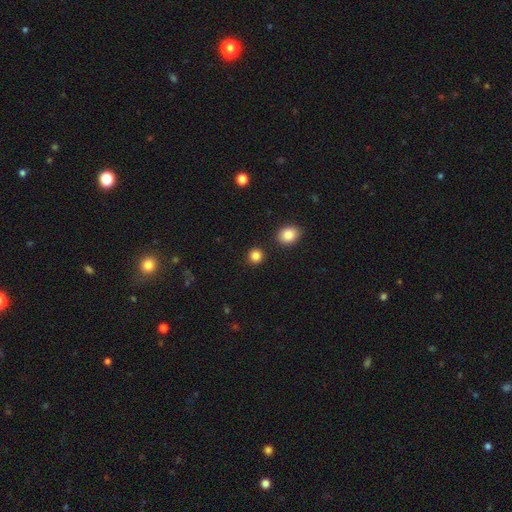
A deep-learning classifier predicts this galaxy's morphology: The model was most divided on "smooth or featured": smooth: 86%, star or artifact: 10%, featured or disk: 4%. More confident: how rounded — round (89%); merging — none (89%).